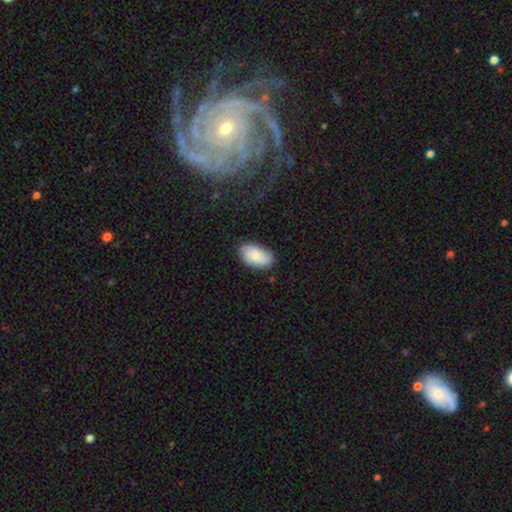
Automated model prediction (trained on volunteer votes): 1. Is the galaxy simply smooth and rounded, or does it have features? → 57% smooth, 35% featured or disk, 7% star or artifact.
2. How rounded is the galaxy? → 92% in between, 6% round, 2% cigar-shaped.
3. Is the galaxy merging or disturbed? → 77% none, 18% minor disturbance, 4% major disturbance, 1% merger.